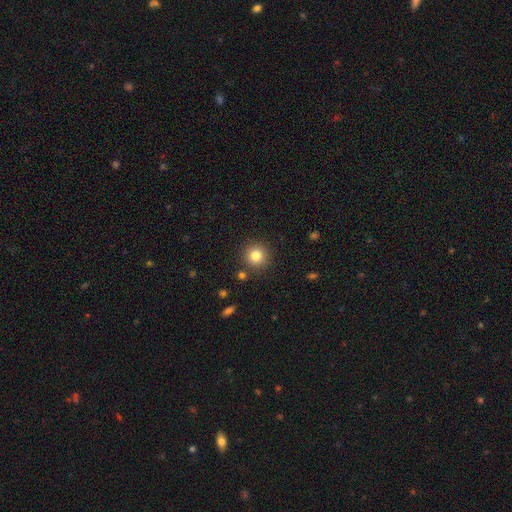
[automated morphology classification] Smooth or featured? smooth (82%)
How rounded? round (94%)
Merging? none (88%)